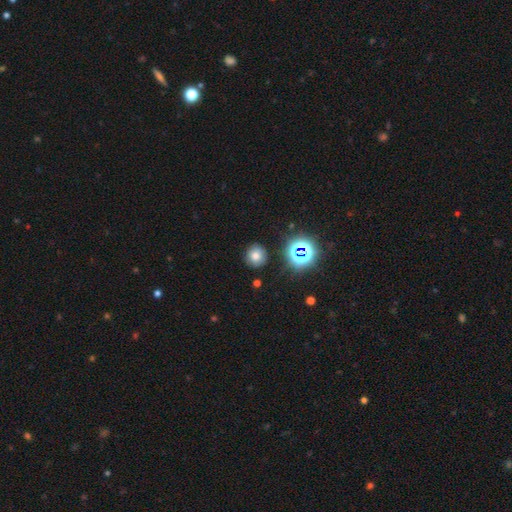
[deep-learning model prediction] Smooth or featured?
  - smooth: 69% *
  - star or artifact: 21%
  - featured or disk: 11%
How rounded?
  - round: 88% *
  - in between: 11%
  - cigar-shaped: 1%
Merging?
  - none: 86% *
  - minor disturbance: 9%
  - major disturbance: 3%
  - merger: 2%